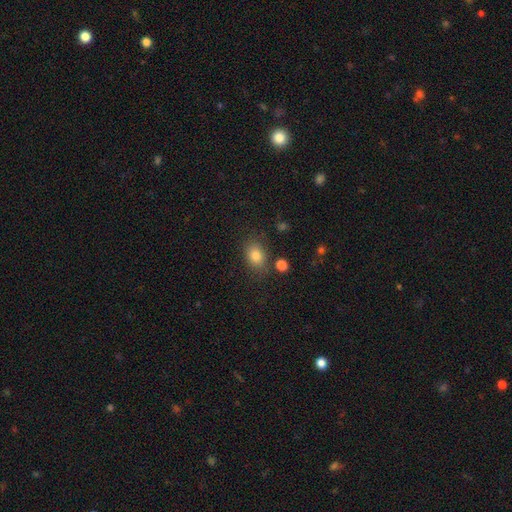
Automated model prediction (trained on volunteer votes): smooth_or_featured: smooth (p=0.82) [alt: star or artifact p=0.11]
how_rounded: in between (p=0.68) [alt: round p=0.31]
merging: none (p=0.77) [alt: minor disturbance p=0.13]